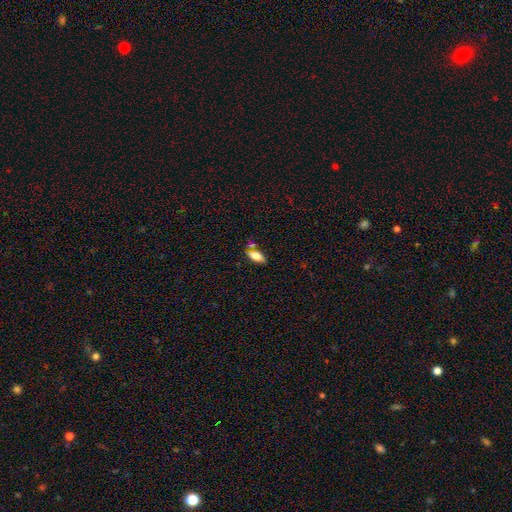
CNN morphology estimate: Smooth or featured? smooth (71%)
How rounded? in between (81%)
Merging? none (71%)